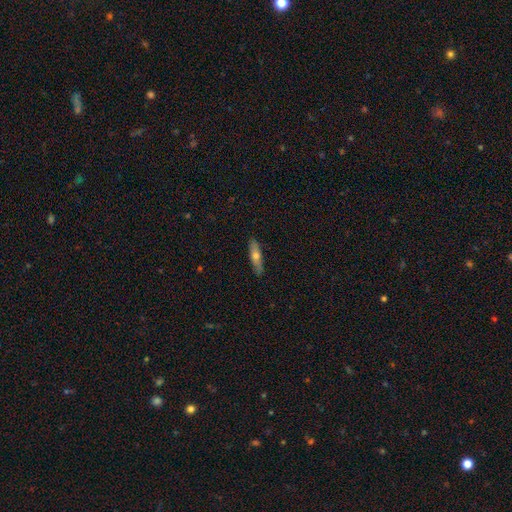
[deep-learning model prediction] Q: Smooth or featured?
A: smooth (58%); runner-up: featured or disk (36%)
Q: How rounded?
A: cigar-shaped (68%); runner-up: in between (29%)
Q: Merging?
A: none (88%); runner-up: minor disturbance (9%)